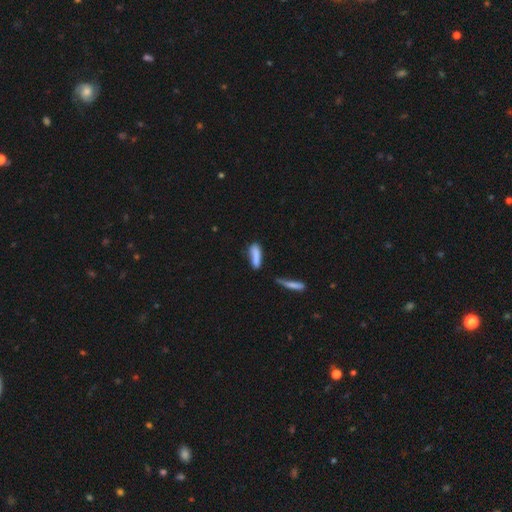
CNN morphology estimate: Q: Smooth or featured?
A: smooth (80%); runner-up: featured or disk (12%)
Q: How rounded?
A: cigar-shaped (62%); runner-up: in between (36%)
Q: Merging?
A: none (54%); runner-up: minor disturbance (24%)